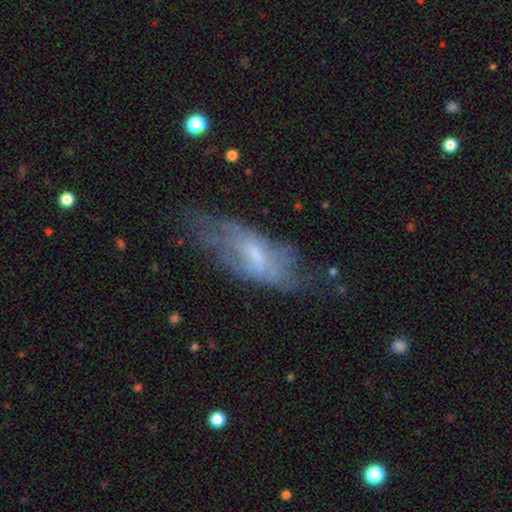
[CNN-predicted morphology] Overall: featured or disk (58%; smooth 33%). Edge-on disk: no (80%). Merging: none (51%; minor disturbance 27%).